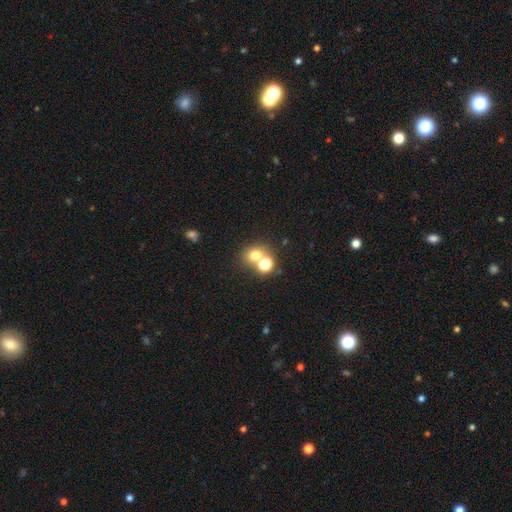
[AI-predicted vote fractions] The model was most divided on "merging": none: 51%, merger: 39%, minor disturbance: 7%, major disturbance: 4%. More confident: how rounded — round (74%); smooth or featured — smooth (68%).